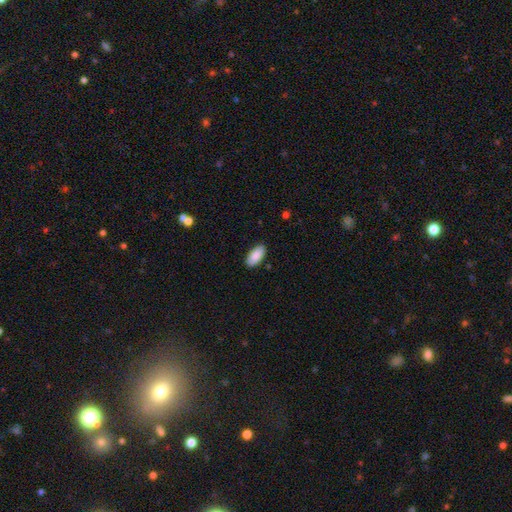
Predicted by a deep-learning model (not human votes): smooth 89%, star or artifact 6%, featured or disk 5%. Down the decision tree: how rounded — in between (92%); merging — none (89%).